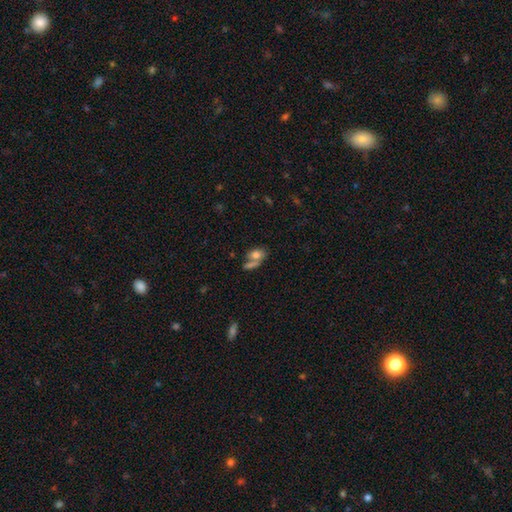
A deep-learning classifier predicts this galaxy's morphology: smooth-or-featured: smooth: 75% | featured or disk: 15% | star or artifact: 9%
  how-rounded: in between: 78% | round: 18% | cigar-shaped: 4%
  merging: merger: 46% | none: 35% | minor disturbance: 12% | major disturbance: 8%